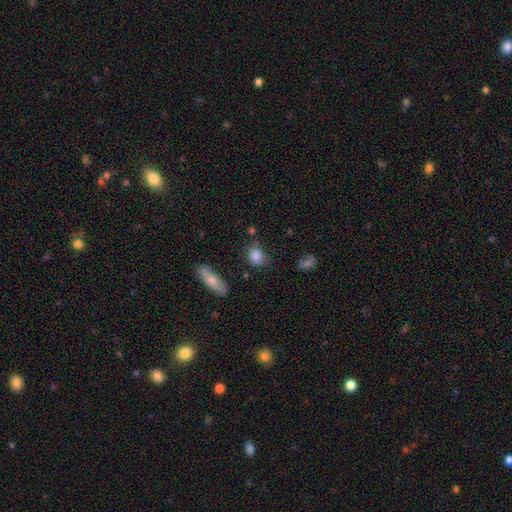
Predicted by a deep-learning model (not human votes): smooth-or-featured: smooth: 84% | star or artifact: 9% | featured or disk: 7%
  how-rounded: in between: 50% | round: 47% | cigar-shaped: 3%
  merging: none: 65% | minor disturbance: 23% | major disturbance: 6% | merger: 5%